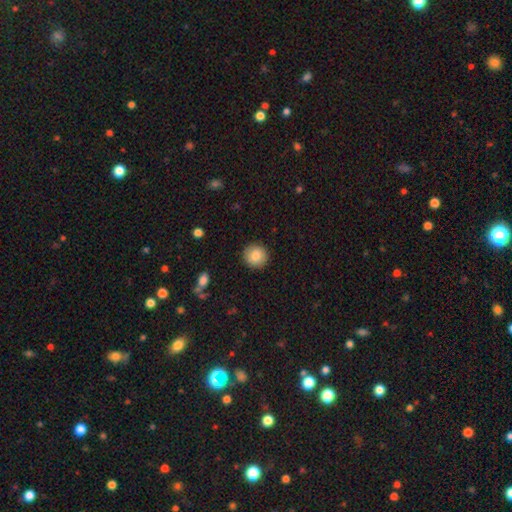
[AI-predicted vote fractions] A smooth galaxy with no disk features (85%) that is round (93%).

Vote fractions:
- Smooth or featured? smooth: 85% / star or artifact: 8% / featured or disk: 7%
- How rounded? round: 93% / in between: 6% / cigar-shaped: 1%
- Merging? none: 91% / minor disturbance: 6% / major disturbance: 2% / merger: 1%